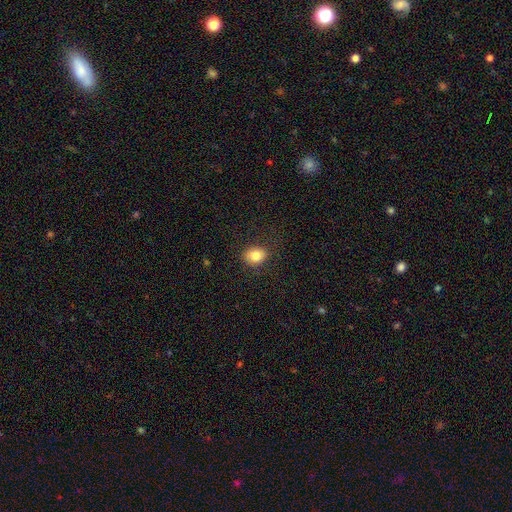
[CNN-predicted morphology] Q: Smooth or featured?
A: smooth (83%); runner-up: star or artifact (10%)
Q: How rounded?
A: in between (54%); runner-up: round (45%)
Q: Merging?
A: none (85%); runner-up: minor disturbance (11%)